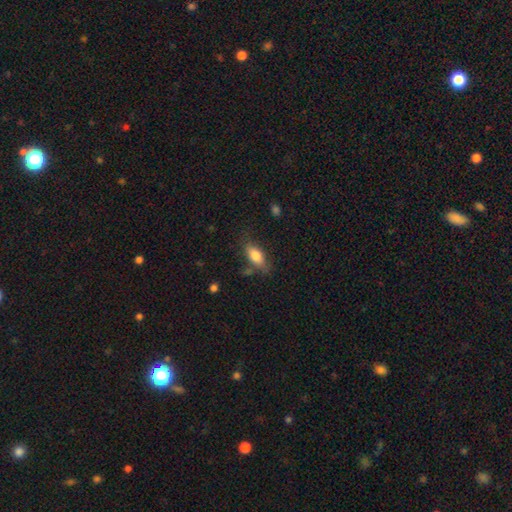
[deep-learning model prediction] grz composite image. It shows a smooth galaxy with no disk features (77%) that is in between round and cigar-shaped (81%). Merging: none (68%).